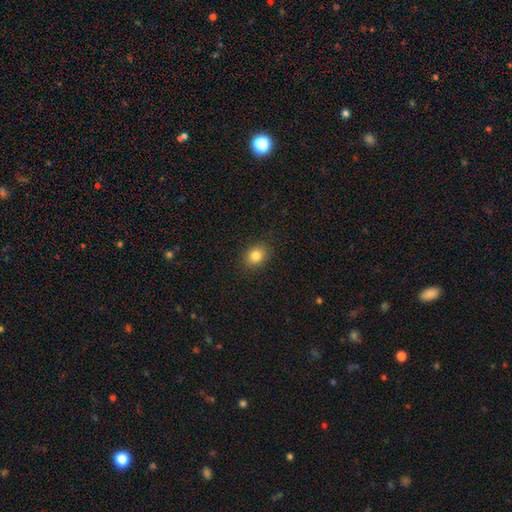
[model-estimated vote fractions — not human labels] A smooth galaxy with no disk features (83%) that is round (50%).

Vote fractions:
- Smooth or featured? smooth: 83% / star or artifact: 11% / featured or disk: 7%
- How rounded? round: 50% / in between: 49% / cigar-shaped: 1%
- Merging? none: 88% / minor disturbance: 9% / major disturbance: 2% / merger: 1%